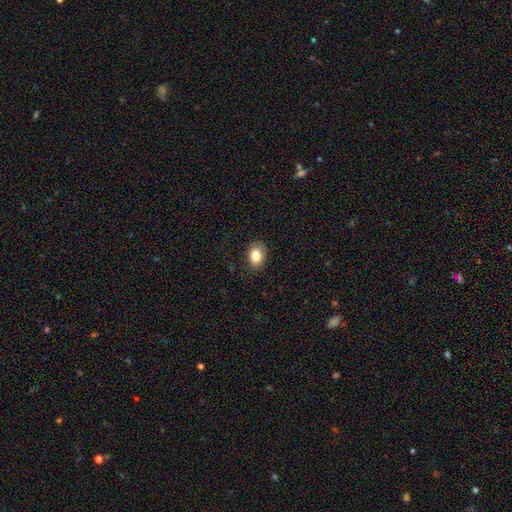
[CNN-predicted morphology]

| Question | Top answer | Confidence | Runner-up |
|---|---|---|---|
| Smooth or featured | smooth | 82% | featured or disk (9%) |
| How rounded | in between | 68% | round (31%) |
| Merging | none | 84% | minor disturbance (12%) |